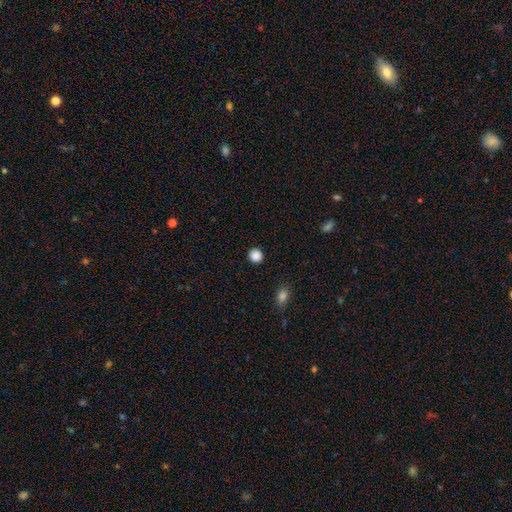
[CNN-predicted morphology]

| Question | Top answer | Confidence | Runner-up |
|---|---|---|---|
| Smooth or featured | smooth | 87% | star or artifact (10%) |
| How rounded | round | 91% | in between (8%) |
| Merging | none | 92% | minor disturbance (5%) |